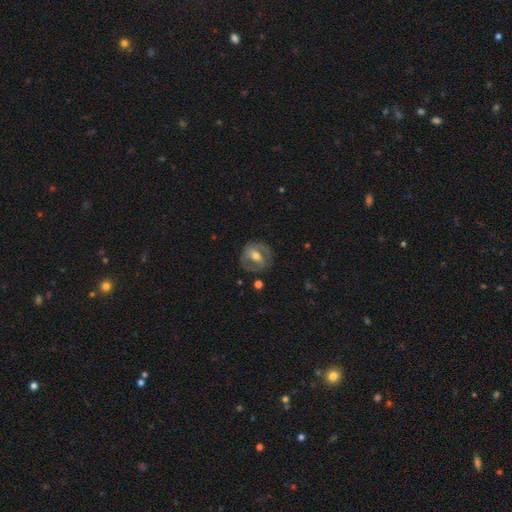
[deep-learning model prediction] The model was most divided on "bar": strong: 39%, weak: 36%, no: 24%. More confident: edge-on disk — no (95%); merging — none (74%); bulge size — moderate (66%); smooth or featured — featured or disk (65%); spiral arms — yes (55%).